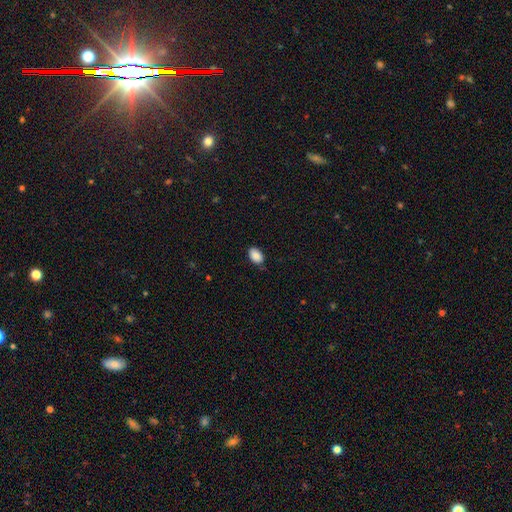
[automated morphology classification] This is clearly a smooth galaxy (89%). How rounded: clearly in between (89%). Merging: likely none (79%).